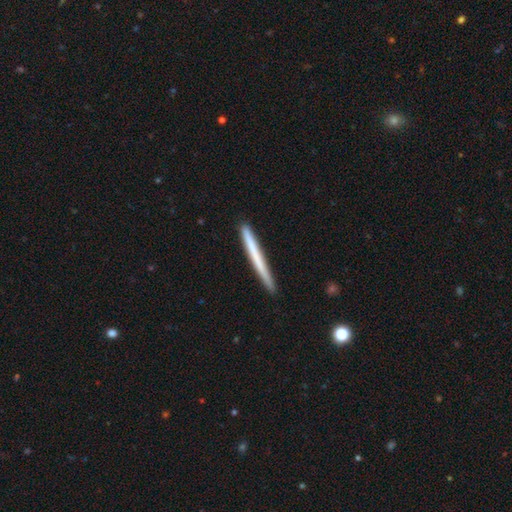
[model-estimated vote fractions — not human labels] Smooth or featured: smooth — 55% (featured or disk — 38%)
How rounded: cigar-shaped — 97% (in between — 2%)
Merging: none — 89% (minor disturbance — 8%)